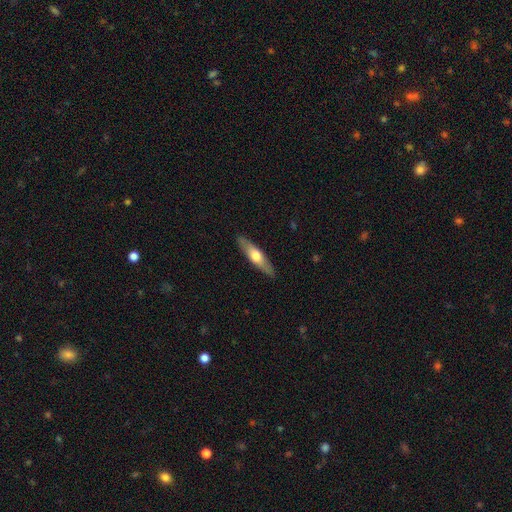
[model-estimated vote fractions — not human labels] Smooth or featured?
  - featured or disk: 48% *
  - smooth: 47%
  - star or artifact: 5%
Merging?
  - none: 89% *
  - minor disturbance: 8%
  - major disturbance: 2%
  - merger: 1%